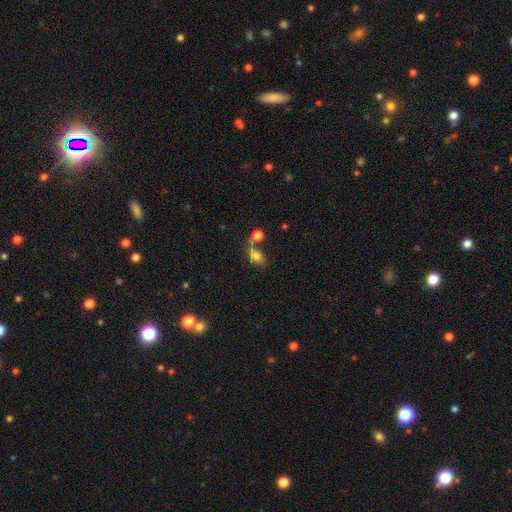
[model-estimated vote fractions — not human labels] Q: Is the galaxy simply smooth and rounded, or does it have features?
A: smooth — 75%.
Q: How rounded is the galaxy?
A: in between — 70%.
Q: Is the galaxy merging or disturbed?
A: none — 43%.